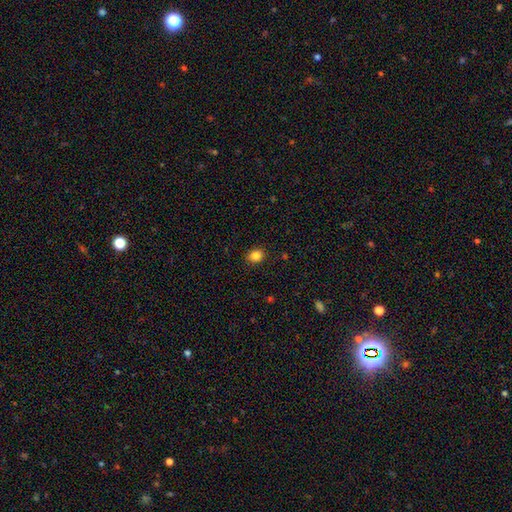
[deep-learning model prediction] Overall: smooth (85%). How rounded: round (61%; in between 38%). Merging: none (89%).